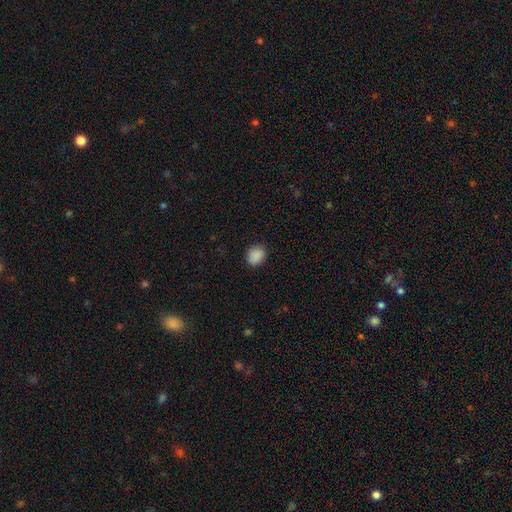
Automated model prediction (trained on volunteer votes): Smooth or featured? Predicted: smooth (p=0.89). How rounded? Predicted: round (p=0.58). Merging? Predicted: none (p=0.85).